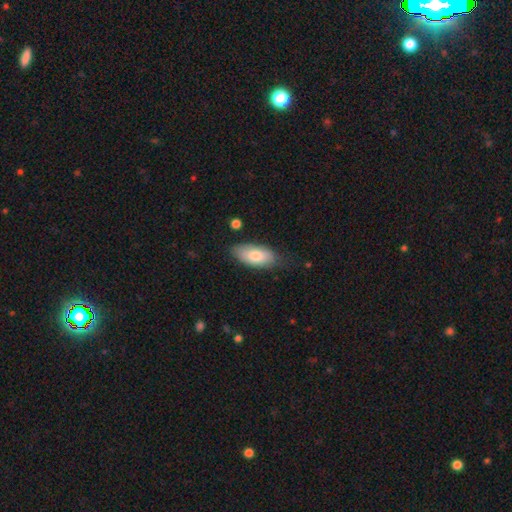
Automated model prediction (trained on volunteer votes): Smooth or featured? Predicted: smooth (p=0.79). How rounded? Predicted: in between (p=0.90). Merging? Predicted: none (p=0.72).